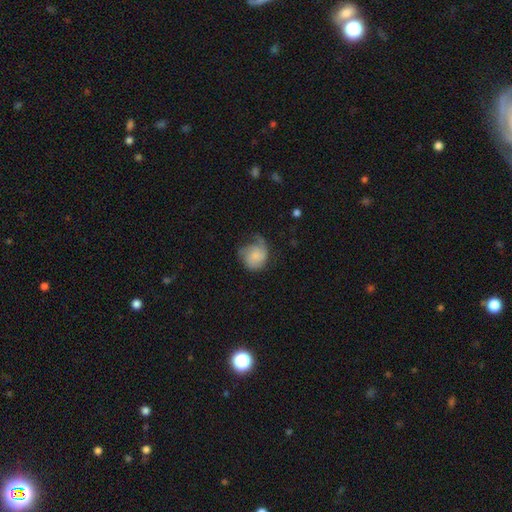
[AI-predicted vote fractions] smooth_or_featured: smooth (p=0.57) [alt: featured or disk p=0.36]
how_rounded: round (p=0.72) [alt: in between p=0.27]
merging: none (p=0.34) [tied with: minor disturbance p=0.34]